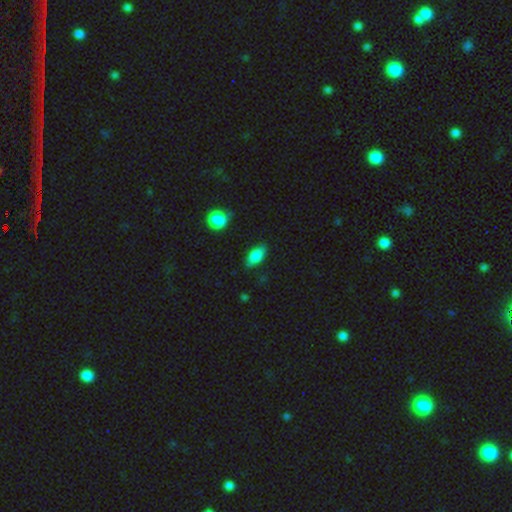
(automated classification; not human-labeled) Smooth or featured? Predicted: smooth (p=0.82). How rounded? Predicted: in between (p=0.88). Merging? Predicted: none (p=0.81).